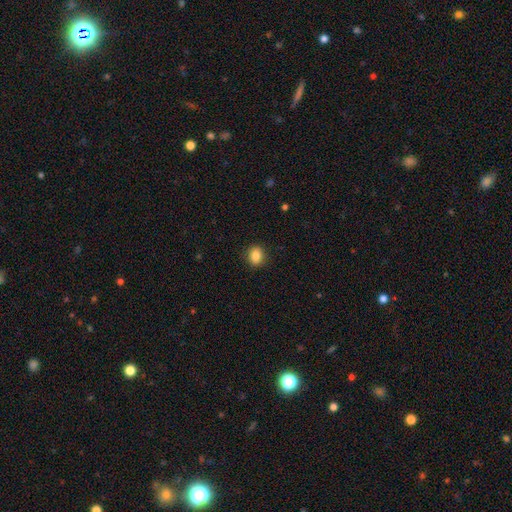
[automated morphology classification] type=smooth (86%); roundness=round (56%); merging=none (89%).